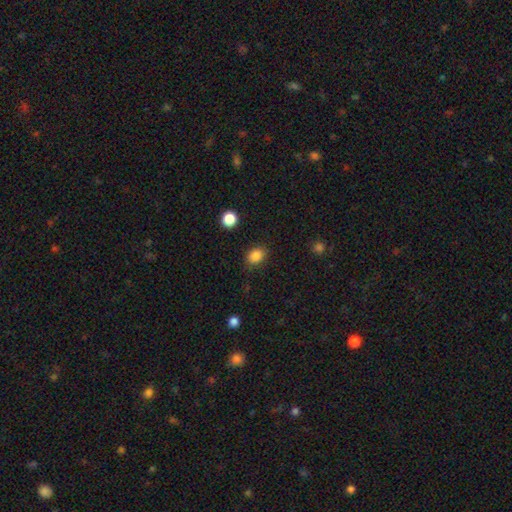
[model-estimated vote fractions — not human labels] Morphology: type=smooth (86%); roundness=in between (55%); merging=none (83%).